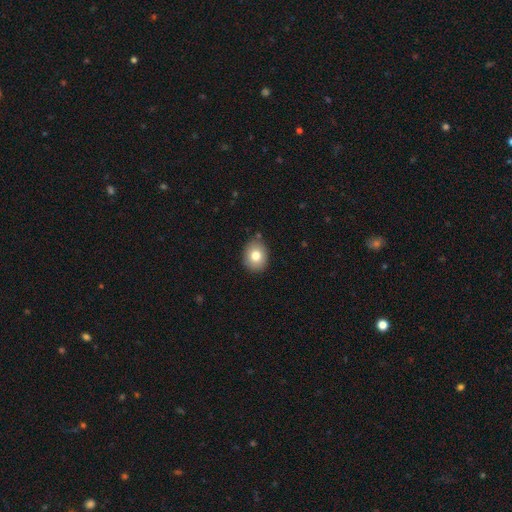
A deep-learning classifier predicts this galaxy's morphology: This is likely a smooth galaxy (79%). How rounded: possibly round (55%). Merging: clearly none (84%).